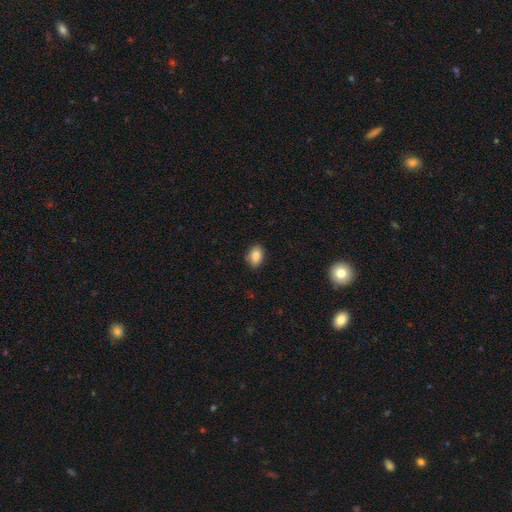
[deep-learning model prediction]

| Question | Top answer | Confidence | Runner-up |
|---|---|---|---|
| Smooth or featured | smooth | 86% | star or artifact (8%) |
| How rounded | in between | 82% | round (16%) |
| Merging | none | 84% | minor disturbance (12%) |